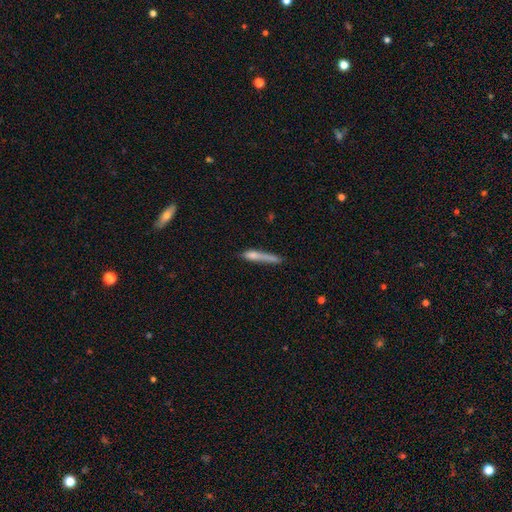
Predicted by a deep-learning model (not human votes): Smooth or featured? Predicted: smooth (p=0.68). How rounded? Predicted: cigar-shaped (p=0.88). Merging? Predicted: none (p=0.46).